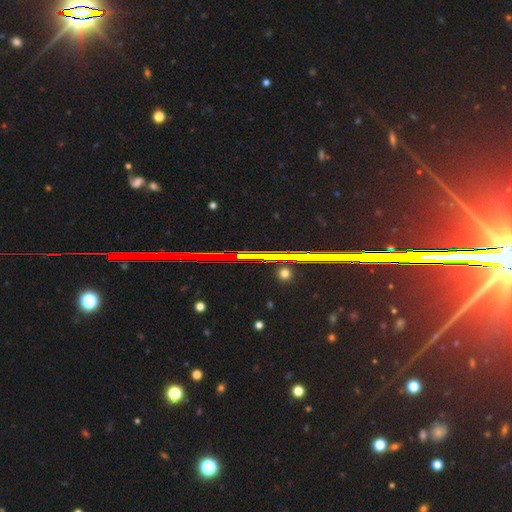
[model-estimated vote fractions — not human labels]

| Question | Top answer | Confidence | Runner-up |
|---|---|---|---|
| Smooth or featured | star or artifact | 86% | featured or disk (8%) |